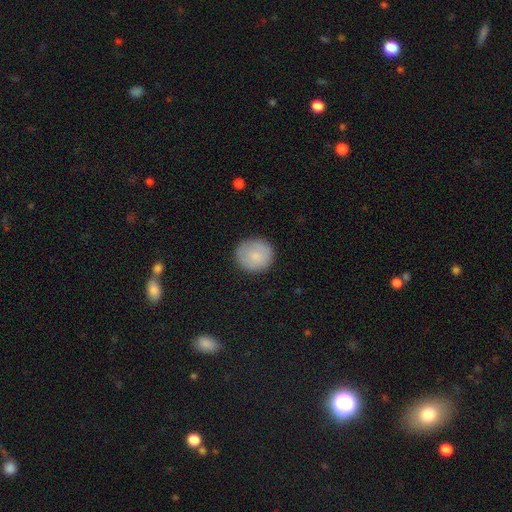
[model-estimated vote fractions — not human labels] Smooth or featured? smooth (83%)
How rounded? round (87%)
Merging? none (85%)